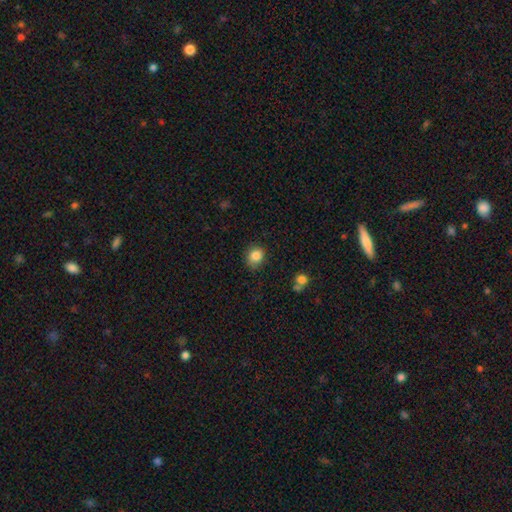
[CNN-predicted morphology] Smooth or featured? Predicted: smooth (p=0.84). How rounded? Predicted: round (p=0.71). Merging? Predicted: none (p=0.80).